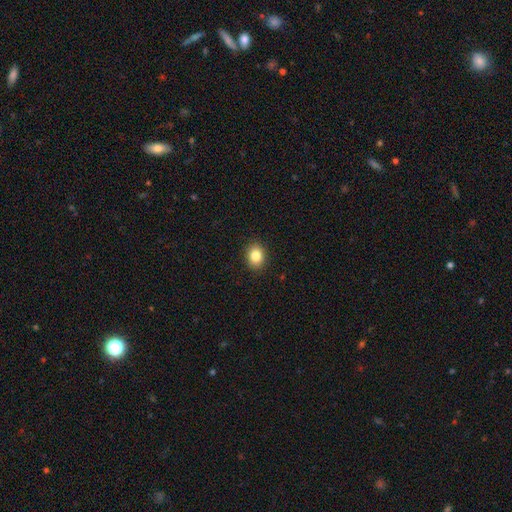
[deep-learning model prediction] Smooth or featured? Predicted: smooth (p=0.84). How rounded? Predicted: round (p=0.50). Merging? Predicted: none (p=0.91).